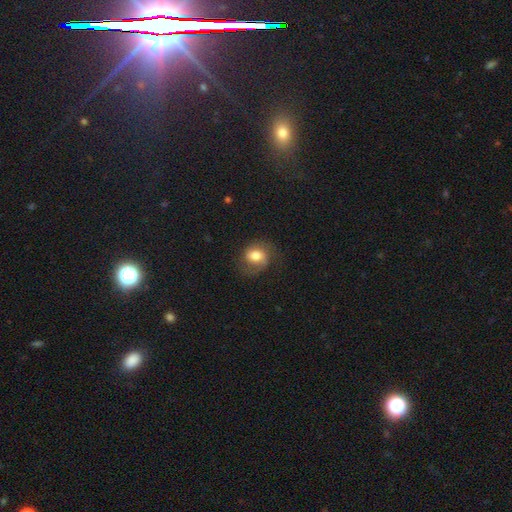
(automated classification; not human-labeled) Q: Smooth or featured?
A: smooth (59%); runner-up: featured or disk (33%)
Q: How rounded?
A: round (55%); runner-up: in between (44%)
Q: Merging?
A: none (58%); runner-up: minor disturbance (24%)